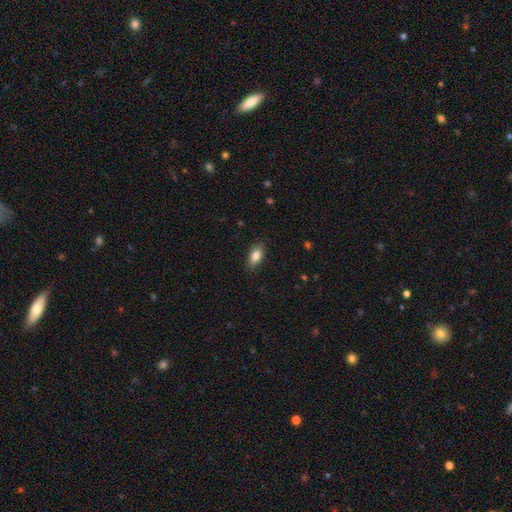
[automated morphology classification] Overall: smooth (85%). How rounded: in between (88%). Merging: none (86%).